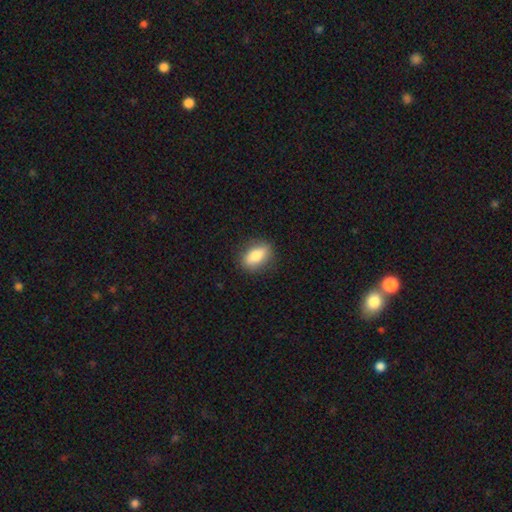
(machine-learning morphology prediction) smooth-or-featured: smooth: 78% | featured or disk: 15% | star or artifact: 7%
  how-rounded: in between: 82% | round: 10% | cigar-shaped: 8%
  merging: none: 85% | minor disturbance: 11% | major disturbance: 3% | merger: 1%